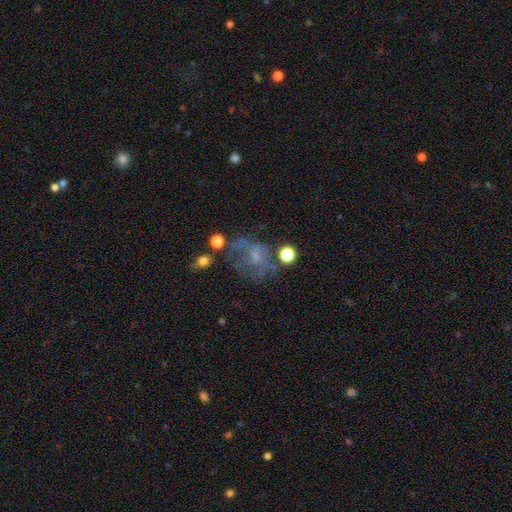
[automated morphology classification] This is possibly a featured or disk galaxy (47%). Merging: marginally none (36%).